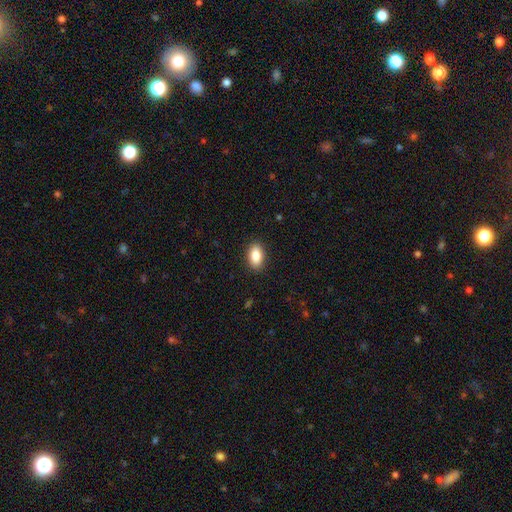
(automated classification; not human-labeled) This appears to be a smooth galaxy with no disk features (87%) that is in between round and cigar-shaped (92%). Merging: none (90%).